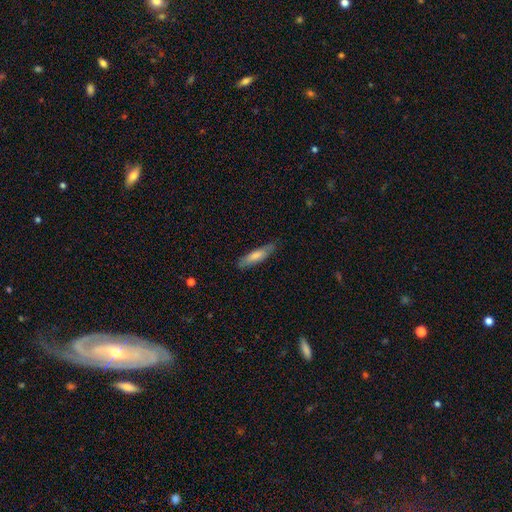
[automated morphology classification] smooth_or_featured: smooth (p=0.75) [alt: featured or disk p=0.19]
how_rounded: cigar-shaped (p=0.73) [alt: in between p=0.26]
merging: none (p=0.83) [alt: minor disturbance p=0.13]